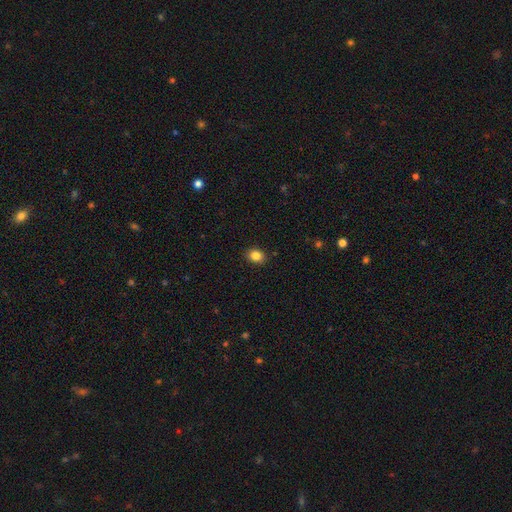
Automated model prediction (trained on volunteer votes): Q: Smooth or featured?
A: smooth (84%); runner-up: star or artifact (10%)
Q: How rounded?
A: in between (52%); runner-up: round (47%)
Q: Merging?
A: none (89%); runner-up: minor disturbance (8%)